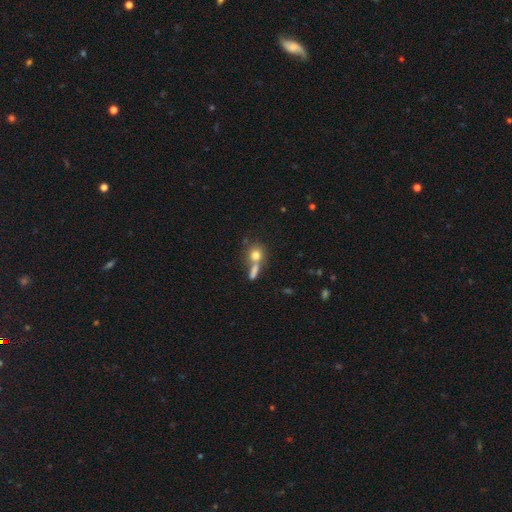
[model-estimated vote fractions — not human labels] A smooth galaxy with no disk features (77%) that is round (78%). Merging: none (47%).